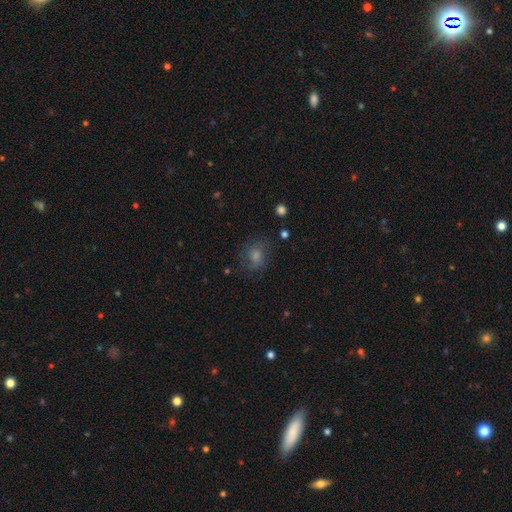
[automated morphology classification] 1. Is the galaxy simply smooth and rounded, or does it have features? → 46% smooth, 29% featured or disk, 25% star or artifact.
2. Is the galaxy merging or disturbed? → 74% none, 16% minor disturbance, 8% major disturbance, 2% merger.